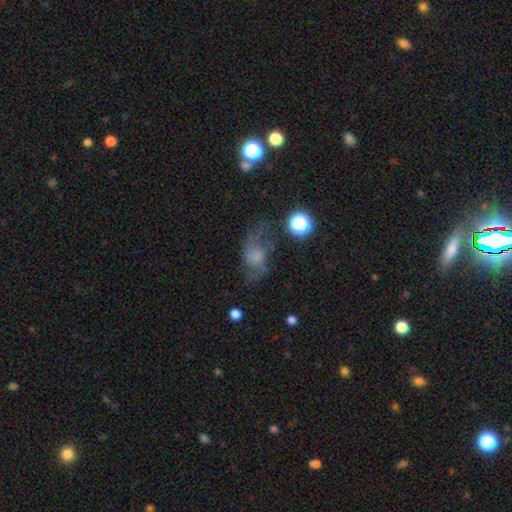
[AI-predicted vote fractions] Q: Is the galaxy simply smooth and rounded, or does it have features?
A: featured or disk — 42%, tied with smooth.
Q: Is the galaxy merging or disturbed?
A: none — 43%.